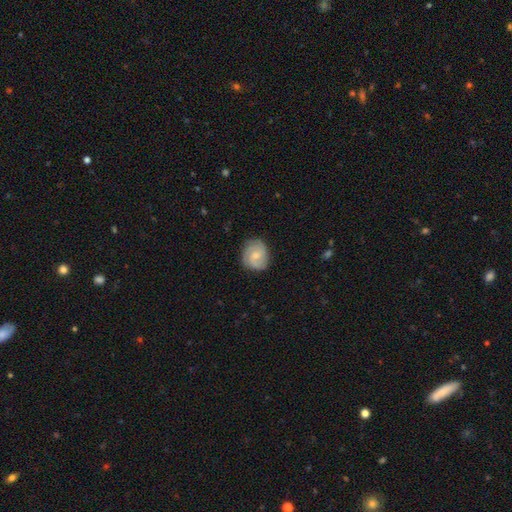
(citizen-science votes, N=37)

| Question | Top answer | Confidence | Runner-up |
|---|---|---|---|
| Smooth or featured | featured or disk | 62% | smooth (38%) |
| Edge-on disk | no | 100% | — |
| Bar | no | 57% | weak (39%) |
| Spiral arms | yes | 96% | no (4%) |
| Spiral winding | tight | 55% | medium (36%) |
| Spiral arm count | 3 | 59% | can't tell (18%) |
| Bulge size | moderate | 57% | small (39%) |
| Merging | none | 70% | minor disturbance (30%) |